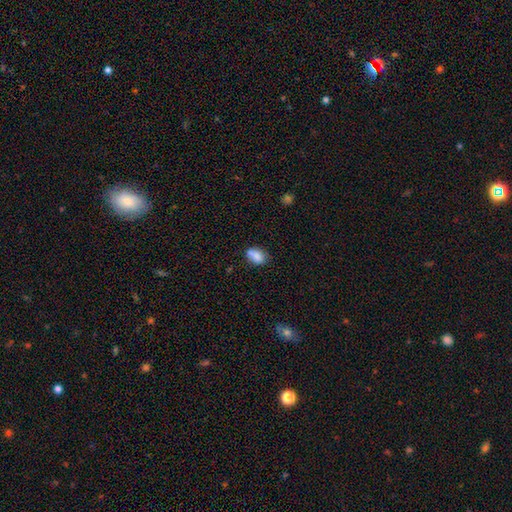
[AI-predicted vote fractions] A smooth galaxy with no disk features (79%) that is in between round and cigar-shaped (81%).

Vote fractions:
- Smooth or featured? smooth: 79% / featured or disk: 12% / star or artifact: 9%
- How rounded? in between: 81% / round: 17% / cigar-shaped: 2%
- Merging? none: 49% / merger: 23% / minor disturbance: 22% / major disturbance: 6%